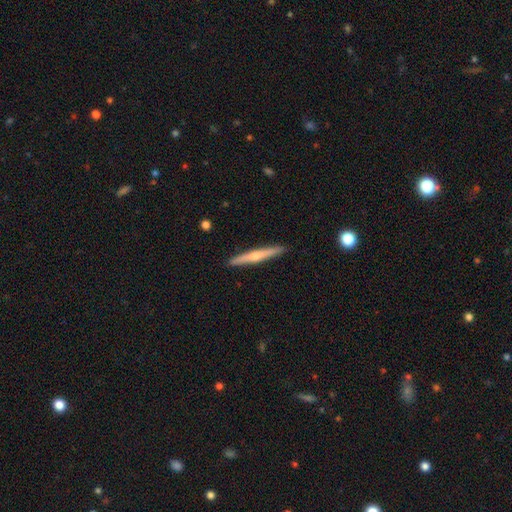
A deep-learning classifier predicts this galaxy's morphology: smooth_or_featured: featured or disk (p=0.53) [alt: smooth p=0.41]
disk_edge_on: yes (p=0.97) [alt: no p=0.03]
edge_on_bulge: rounded (p=0.71) [alt: none p=0.25]
merging: none (p=0.92) [alt: minor disturbance p=0.06]